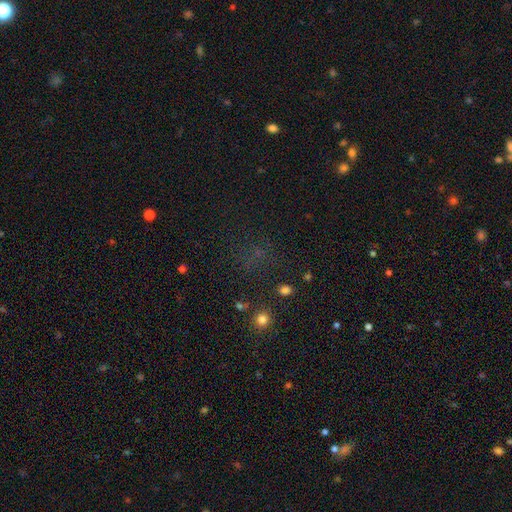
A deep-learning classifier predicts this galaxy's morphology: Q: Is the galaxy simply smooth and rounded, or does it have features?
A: star or artifact — 51%.